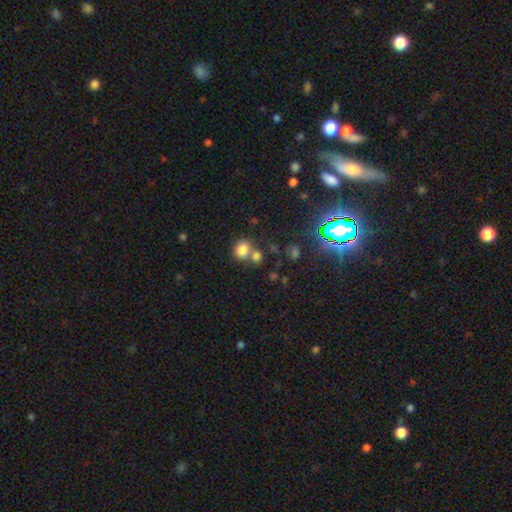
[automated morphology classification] star or artifact 68%, smooth 21%, featured or disk 11%.